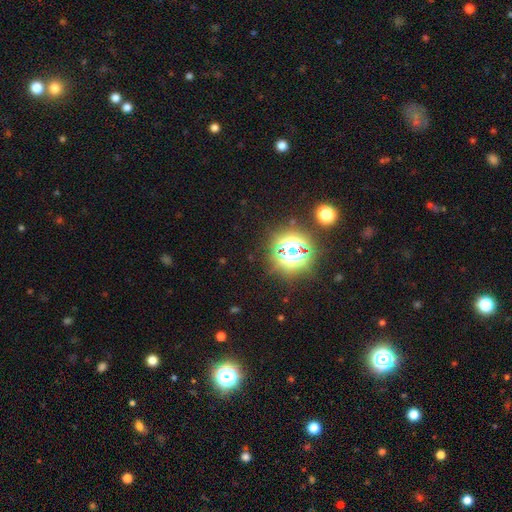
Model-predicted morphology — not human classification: smooth_or_featured: star or artifact (p=0.76) [alt: smooth p=0.17]